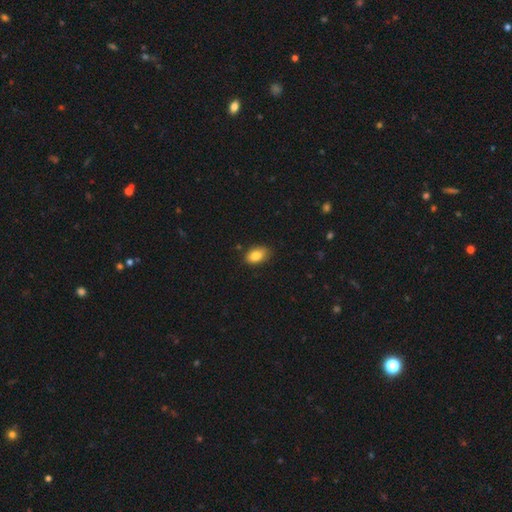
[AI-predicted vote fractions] Morphology: type=smooth (84%); roundness=in between (88%); merging=none (77%).